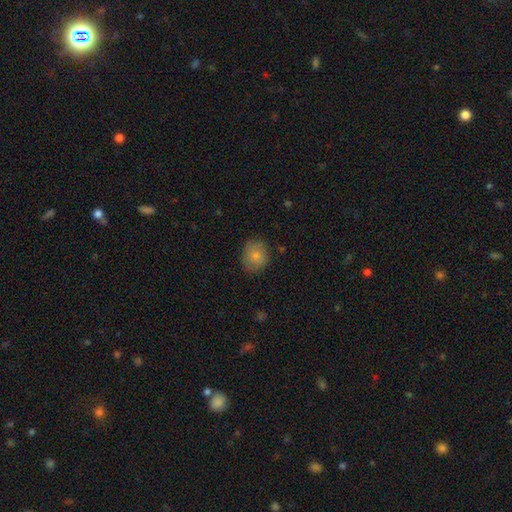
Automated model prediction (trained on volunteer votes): Overall: smooth (80%). How rounded: round (71%). Merging: none (77%).